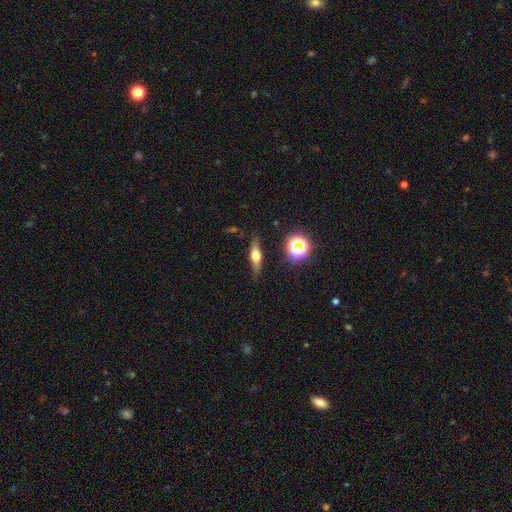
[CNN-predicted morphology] Q: Smooth or featured?
A: featured or disk (51%); runner-up: smooth (37%)
Q: Edge-on disk?
A: yes (89%); runner-up: no (11%)
Q: Merging?
A: none (83%); runner-up: minor disturbance (12%)